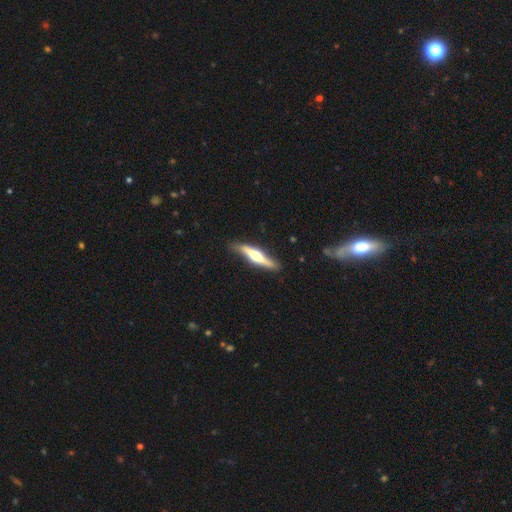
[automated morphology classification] This appears to be a featured or disk galaxy (62%) viewed edge-on (90%) with a rounded central bulge (88%). Merging: none (79%).